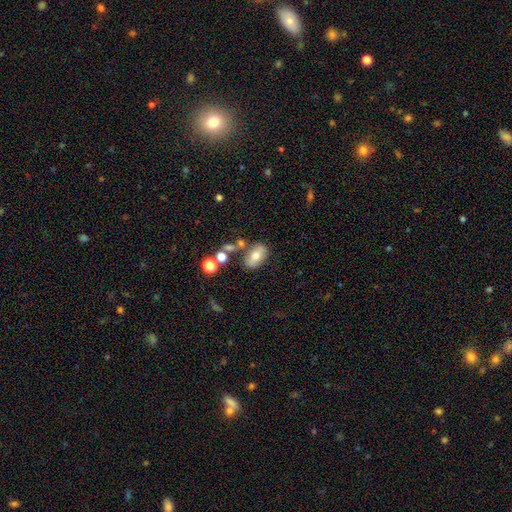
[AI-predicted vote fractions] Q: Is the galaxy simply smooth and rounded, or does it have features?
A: smooth — 67%.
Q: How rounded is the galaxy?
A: in between — 88%.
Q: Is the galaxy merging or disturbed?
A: none — 65%.